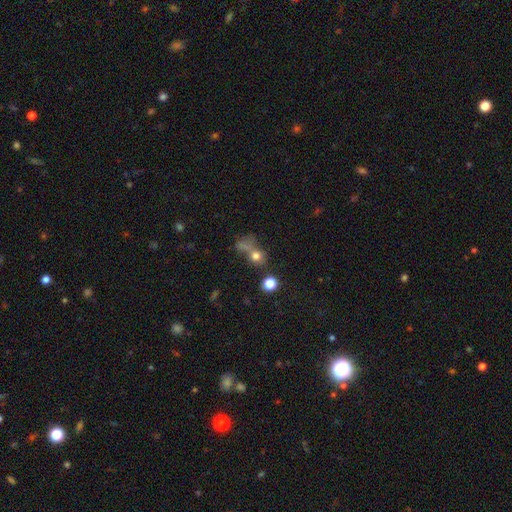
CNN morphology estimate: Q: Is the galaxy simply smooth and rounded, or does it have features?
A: smooth — 68%.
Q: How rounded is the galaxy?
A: round — 72%.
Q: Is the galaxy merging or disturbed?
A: none — 39%.